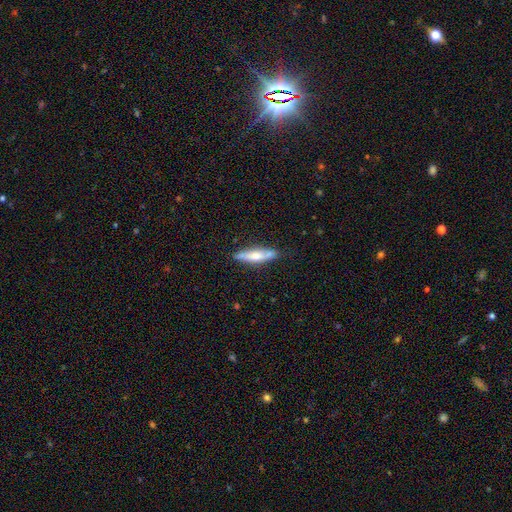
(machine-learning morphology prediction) smooth-or-featured: smooth: 52% | featured or disk: 42% | star or artifact: 6%
  how-rounded: cigar-shaped: 76% | in between: 23% | round: 2%
  merging: none: 75% | minor disturbance: 18% | merger: 5% | major disturbance: 3%